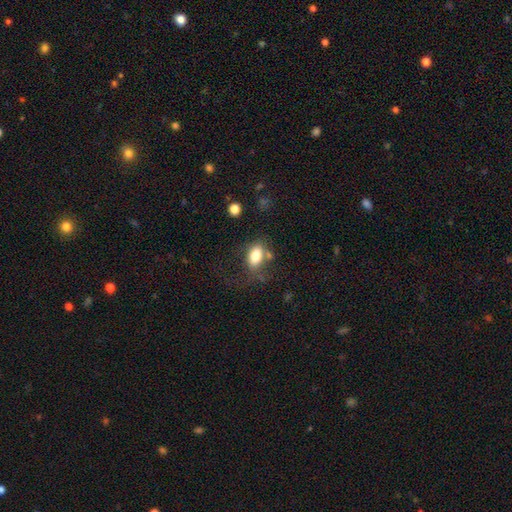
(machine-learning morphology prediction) The model was most divided on "merging": none: 56%, minor disturbance: 21%, major disturbance: 13%, merger: 10%. More confident: how rounded — in between (87%); smooth or featured — smooth (80%).